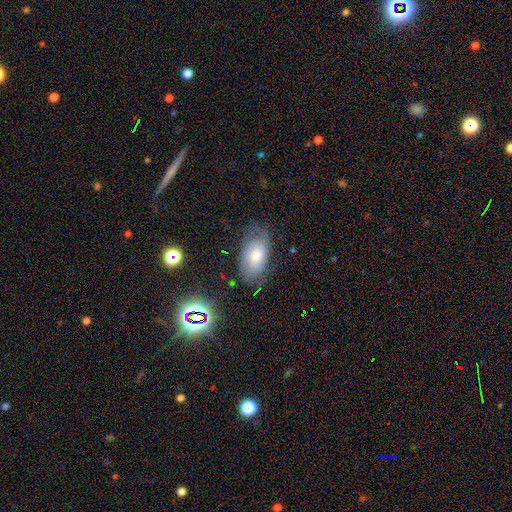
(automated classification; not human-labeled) smooth-or-featured: smooth: 53% | featured or disk: 34% | star or artifact: 12%
  how-rounded: in between: 92% | round: 5% | cigar-shaped: 3%
  merging: none: 68% | minor disturbance: 23% | major disturbance: 8% | merger: 2%